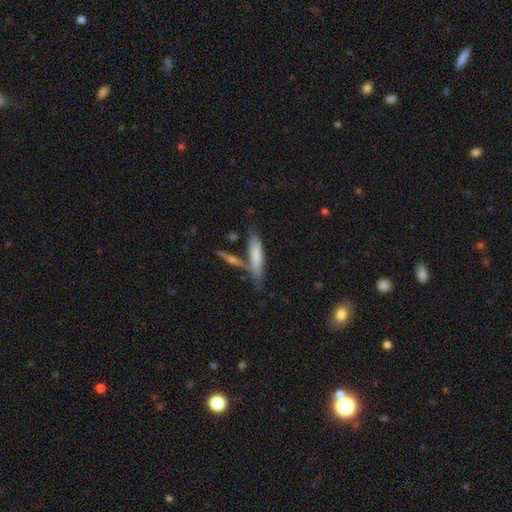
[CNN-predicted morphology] Overall: smooth (68%). How rounded: cigar-shaped (77%). Merging: none (55%; merger 24%).